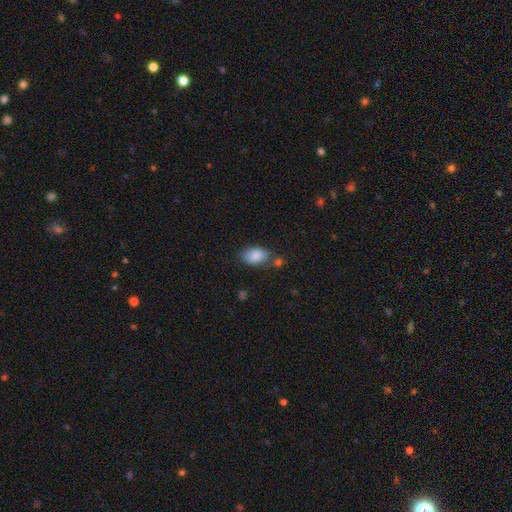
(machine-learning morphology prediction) Smooth or featured: smooth — 87% (star or artifact — 7%)
How rounded: in between — 90% (round — 9%)
Merging: none — 66% (minor disturbance — 18%)